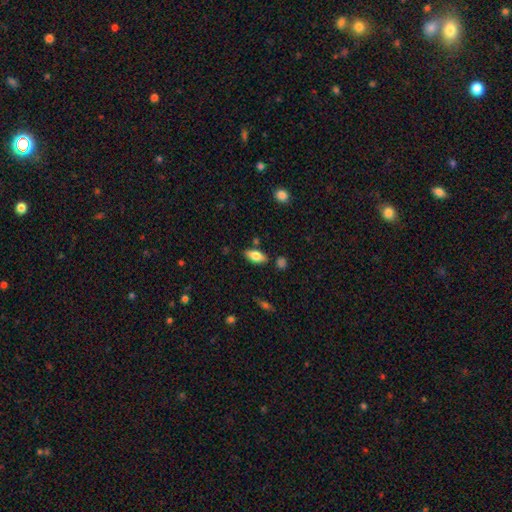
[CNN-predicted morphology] This is likely a smooth galaxy (76%). How rounded: clearly in between (86%). Merging: clearly none (80%).